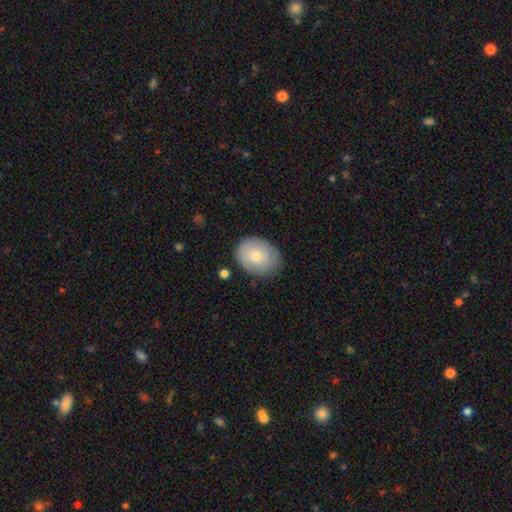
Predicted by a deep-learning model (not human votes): This appears to be a smooth galaxy with no disk features (70%) that is in between round and cigar-shaped (59%). Merging: none (78%).